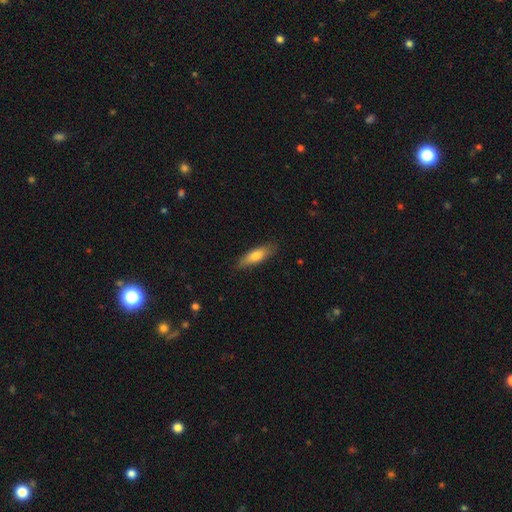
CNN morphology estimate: Overall: smooth (73%). How rounded: cigar-shaped (56%; in between 42%). Merging: none (84%).